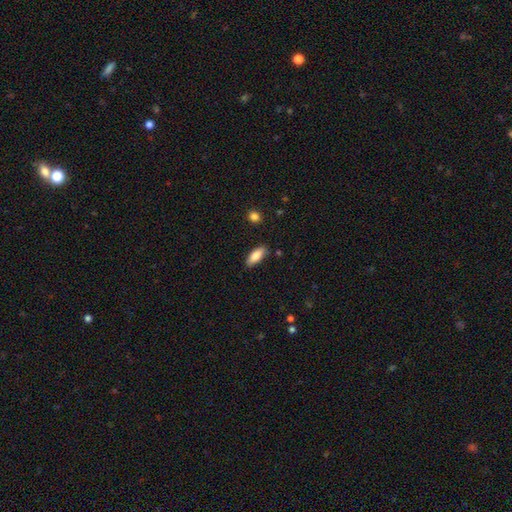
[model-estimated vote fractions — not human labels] A smooth galaxy with no disk features (83%) that is in between round and cigar-shaped (73%). Merging: none (83%).